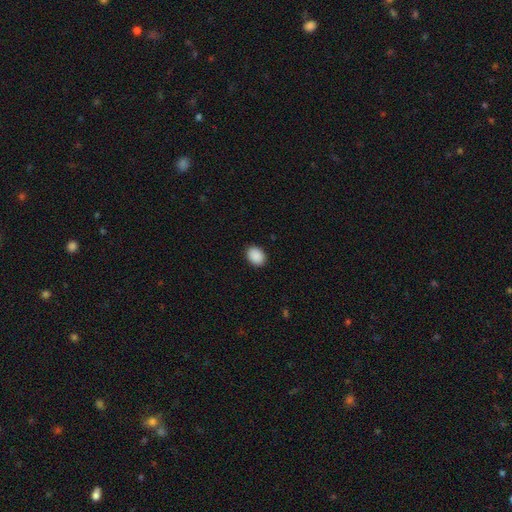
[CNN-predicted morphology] smooth-or-featured: smooth: 90% | star or artifact: 8% | featured or disk: 2%
  how-rounded: in between: 63% | round: 37% | cigar-shaped: 1%
  merging: none: 90% | minor disturbance: 7% | major disturbance: 2% | merger: 1%